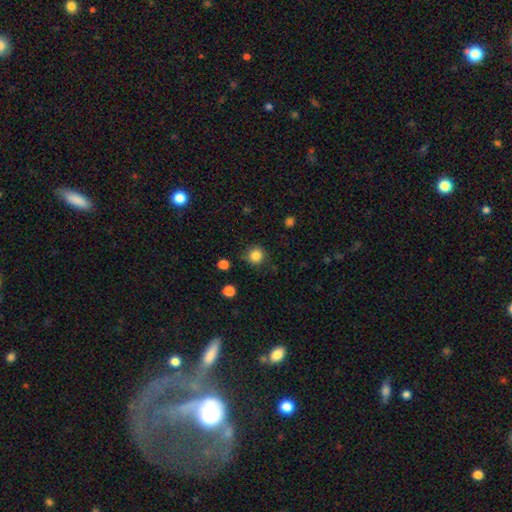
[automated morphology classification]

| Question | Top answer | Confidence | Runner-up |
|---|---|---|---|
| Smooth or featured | smooth | 84% | star or artifact (12%) |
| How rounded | round | 92% | in between (7%) |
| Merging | none | 82% | minor disturbance (12%) |